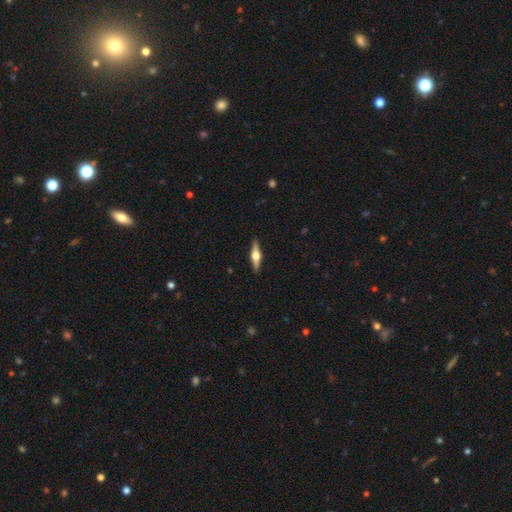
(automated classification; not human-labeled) Morphology: type=featured or disk (70%); edge-on=yes (97%); edge-on bulge=rounded (95%); merging=none (91%).